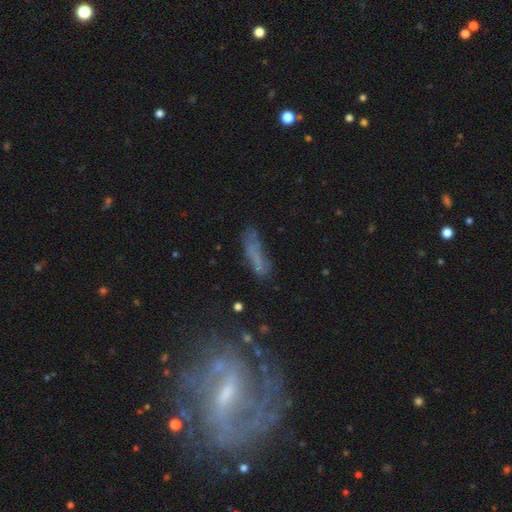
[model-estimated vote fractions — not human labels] smooth 52%, featured or disk 31%, star or artifact 16%. Down the decision tree: how rounded — cigar-shaped (62%); merging — none (54%).